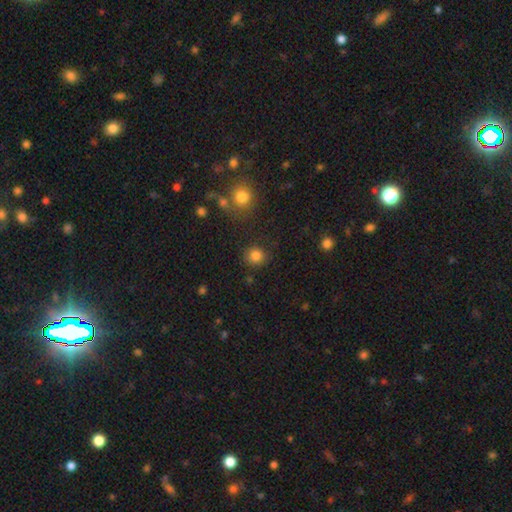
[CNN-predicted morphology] Smooth or featured? smooth (83%)
How rounded? round (89%)
Merging? none (85%)